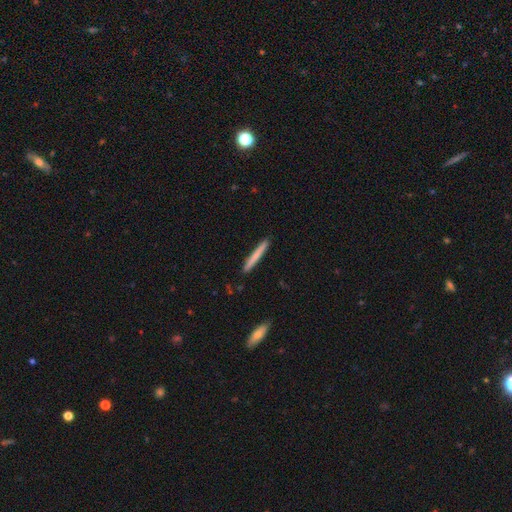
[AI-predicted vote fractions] This is likely a smooth galaxy (73%). How rounded: clearly cigar-shaped (96%). Merging: clearly none (91%).